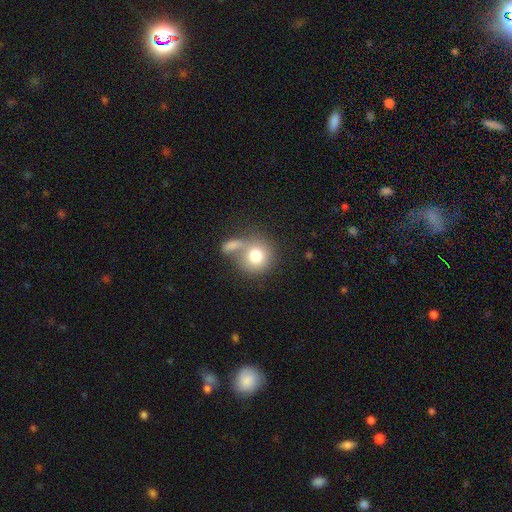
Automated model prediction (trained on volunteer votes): A smooth galaxy with no disk features (76%) that is round (84%). Merging: none (41%).